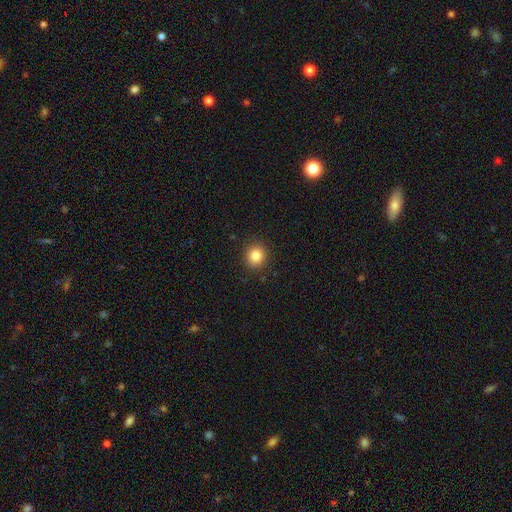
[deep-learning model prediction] This appears to be a smooth galaxy with no disk features (84%) that is round (86%). Merging: none (90%).